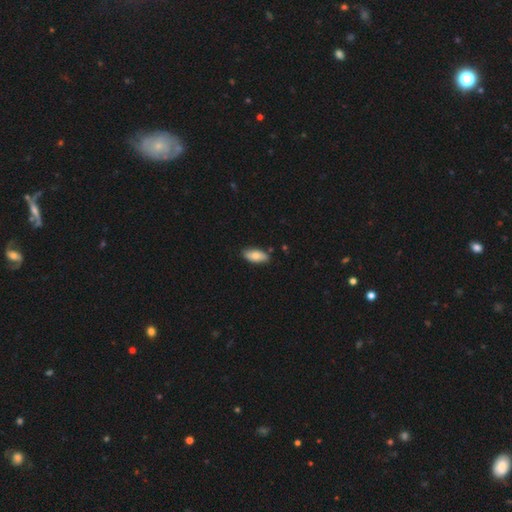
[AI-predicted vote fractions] Smooth or featured? smooth (74%)
How rounded? in between (87%)
Merging? none (85%)